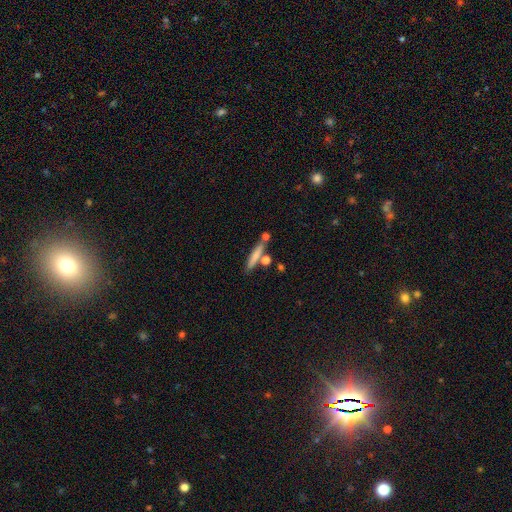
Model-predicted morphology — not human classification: Overall: smooth (68%). How rounded: cigar-shaped (88%). Merging: none (70%).